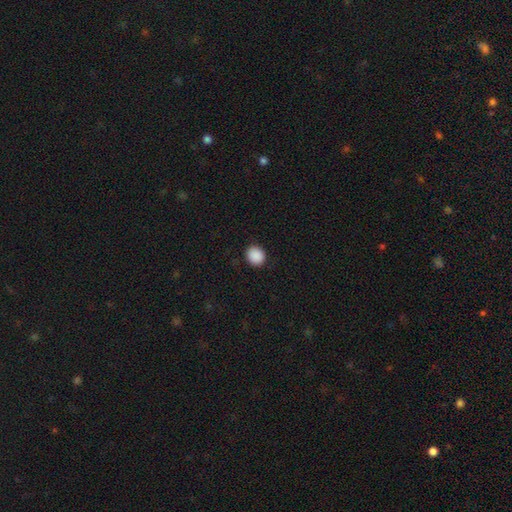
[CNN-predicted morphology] Q: Smooth or featured?
A: smooth (89%); runner-up: star or artifact (8%)
Q: How rounded?
A: round (80%); runner-up: in between (19%)
Q: Merging?
A: none (90%); runner-up: minor disturbance (7%)